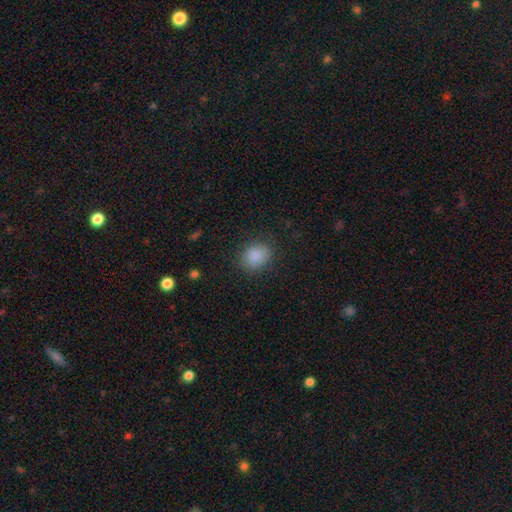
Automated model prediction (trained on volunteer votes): Overall: smooth (87%). How rounded: round (59%; in between 40%). Merging: none (82%).